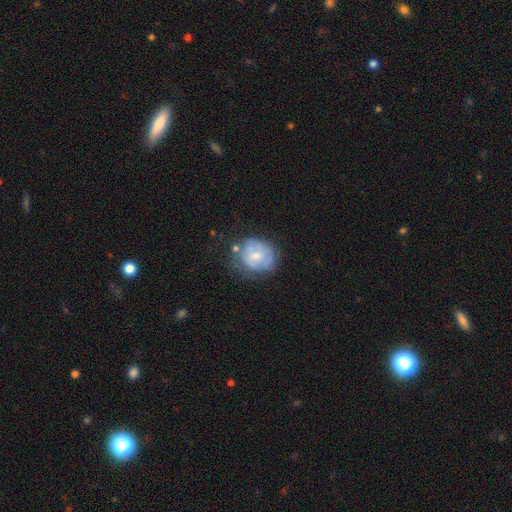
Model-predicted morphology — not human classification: The model was most divided on "smooth or featured": featured or disk: 48%, smooth: 44%, star or artifact: 7%. More confident: merging — none (50%).